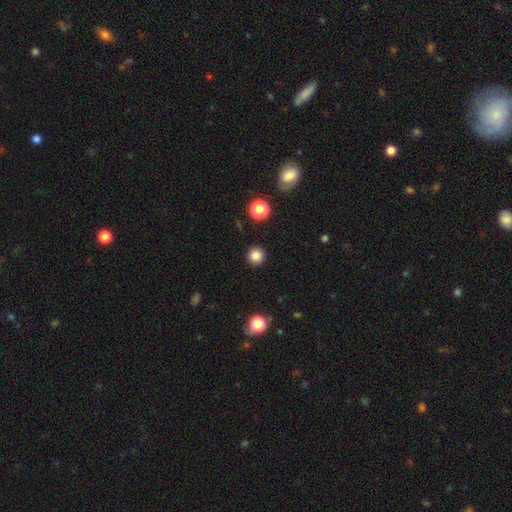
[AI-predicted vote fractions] Smooth or featured?
  - smooth: 84% *
  - star or artifact: 12%
  - featured or disk: 4%
How rounded?
  - round: 95% *
  - in between: 4%
  - cigar-shaped: 1%
Merging?
  - none: 92% *
  - minor disturbance: 5%
  - major disturbance: 2%
  - merger: 1%